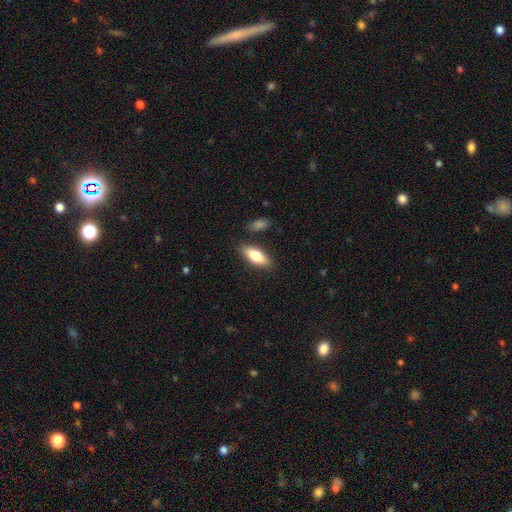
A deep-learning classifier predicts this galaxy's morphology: Q: Smooth or featured?
A: smooth (75%); runner-up: featured or disk (19%)
Q: How rounded?
A: in between (76%); runner-up: cigar-shaped (21%)
Q: Merging?
A: none (83%); runner-up: minor disturbance (11%)